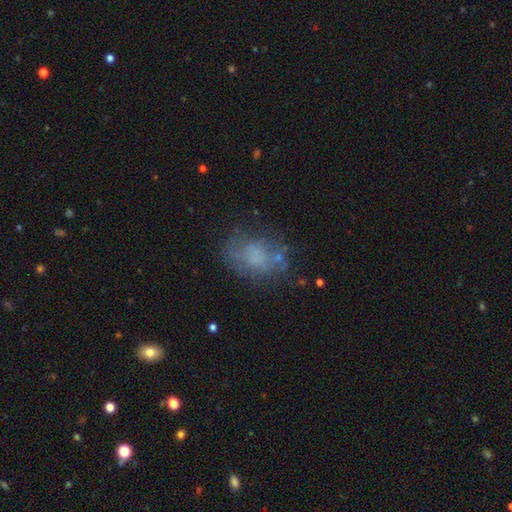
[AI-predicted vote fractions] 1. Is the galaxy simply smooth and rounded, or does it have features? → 53% smooth, 31% featured or disk, 15% star or artifact.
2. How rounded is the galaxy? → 68% in between, 30% round, 2% cigar-shaped.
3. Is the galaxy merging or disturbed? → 55% none, 23% minor disturbance, 16% major disturbance, 6% merger.